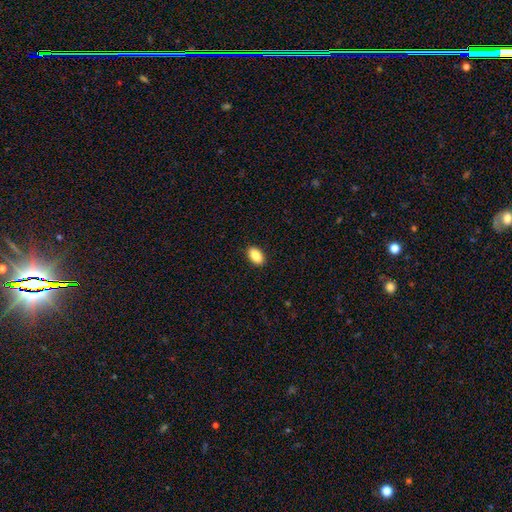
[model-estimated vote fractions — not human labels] smooth-or-featured: smooth: 88% | star or artifact: 7% | featured or disk: 4%
  how-rounded: in between: 91% | round: 7% | cigar-shaped: 2%
  merging: none: 90% | minor disturbance: 7% | major disturbance: 2% | merger: 1%